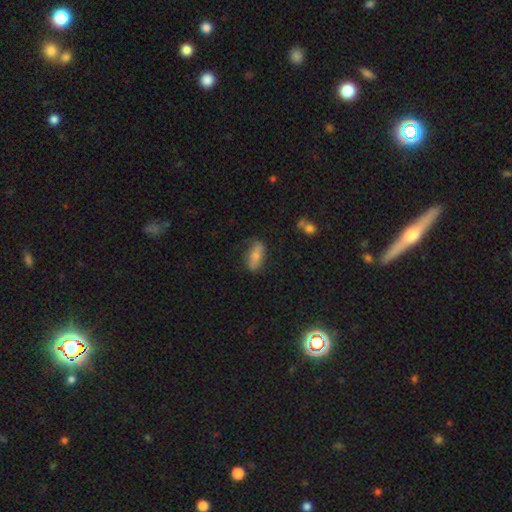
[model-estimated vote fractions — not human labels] Morphology: type=smooth (63%); roundness=in between (73%); merging=none (78%).